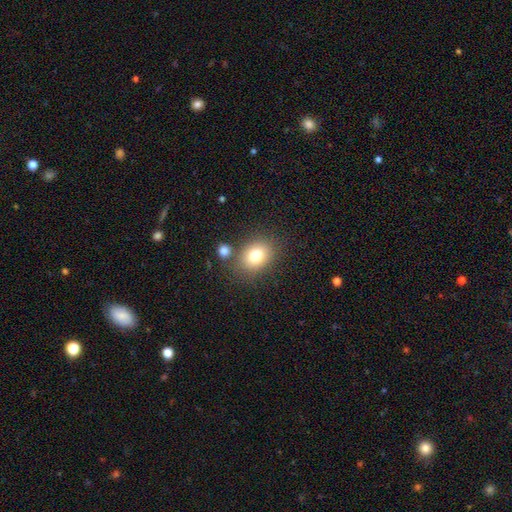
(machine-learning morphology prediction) smooth 78%, star or artifact 11%, featured or disk 11%. Down the decision tree: how rounded — in between (56%); merging — none (73%).